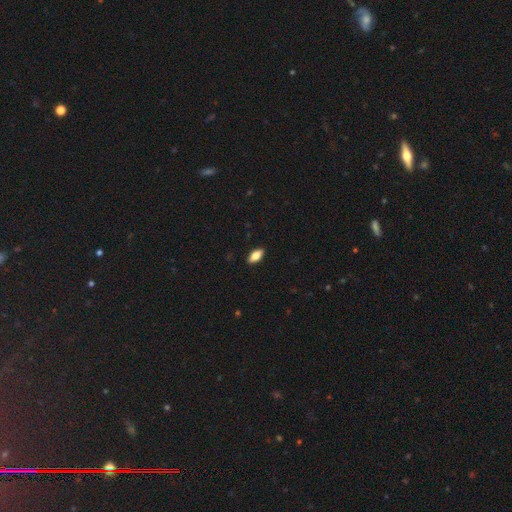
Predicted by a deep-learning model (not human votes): Morphology: type=smooth (75%); roundness=in between (86%); merging=none (90%).